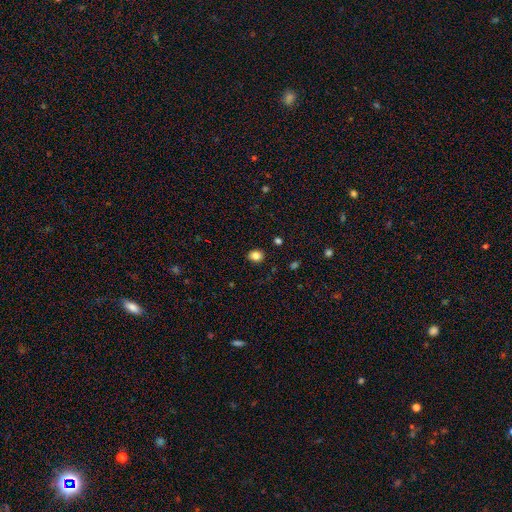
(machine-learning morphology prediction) Smooth or featured?
  - smooth: 84% *
  - star or artifact: 11%
  - featured or disk: 5%
How rounded?
  - round: 59% *
  - in between: 40%
  - cigar-shaped: 1%
Merging?
  - none: 89% *
  - minor disturbance: 8%
  - major disturbance: 2%
  - merger: 1%